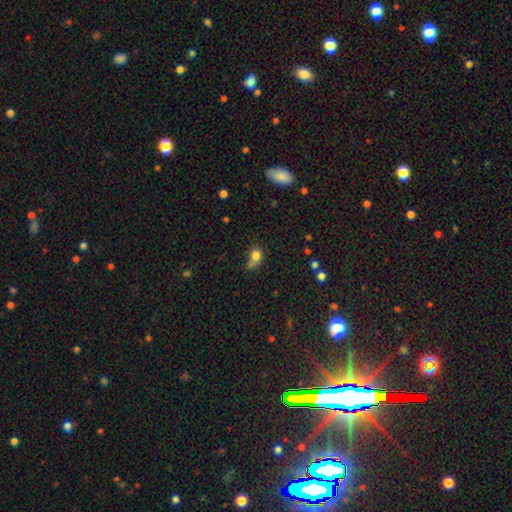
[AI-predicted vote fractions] A smooth galaxy with no disk features (77%) that is in between round and cigar-shaped (59%).

Vote fractions:
- Smooth or featured? smooth: 77% / star or artifact: 12% / featured or disk: 11%
- How rounded? in between: 59% / round: 38% / cigar-shaped: 3%
- Merging? none: 32% / minor disturbance: 30% / major disturbance: 21% / merger: 18%